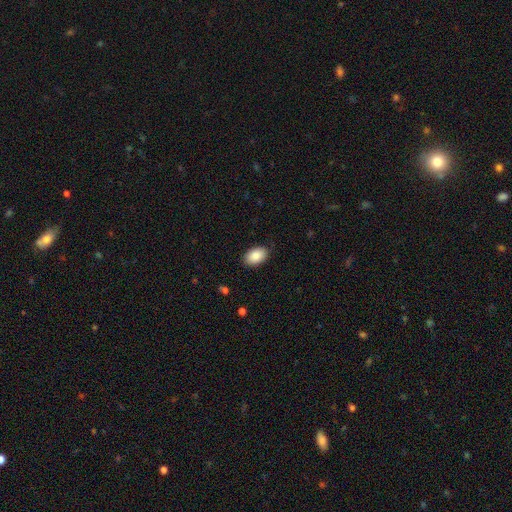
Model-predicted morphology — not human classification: Smooth or featured? smooth (89%)
How rounded? in between (90%)
Merging? none (87%)